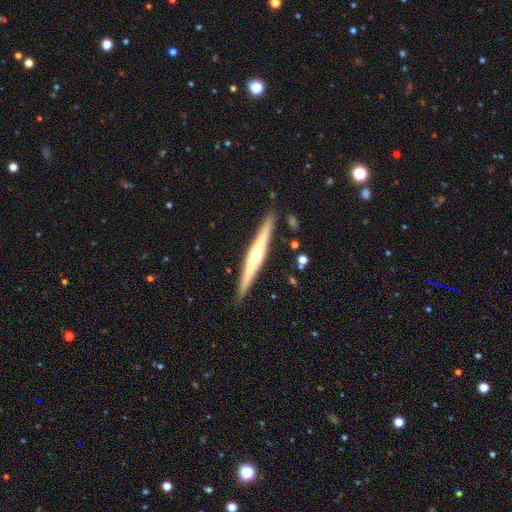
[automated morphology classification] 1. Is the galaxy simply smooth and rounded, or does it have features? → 68% featured or disk, 26% smooth, 6% star or artifact.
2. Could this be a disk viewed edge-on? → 97% yes, 3% no.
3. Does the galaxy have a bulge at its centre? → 79% rounded, 15% none, 6% boxy.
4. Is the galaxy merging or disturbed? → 90% none, 7% minor disturbance, 2% merger, 1% major disturbance.